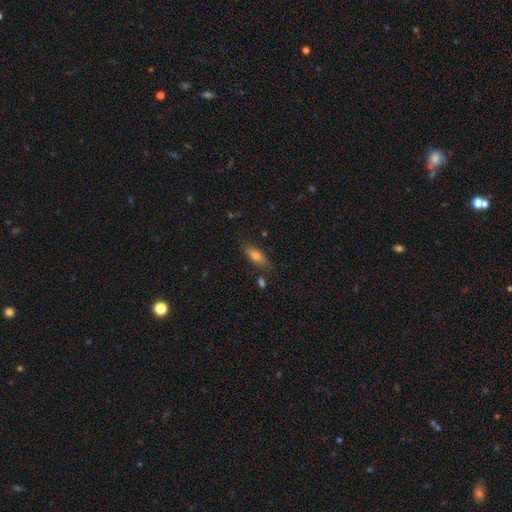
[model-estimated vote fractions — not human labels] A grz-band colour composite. It shows a smooth galaxy with no disk features (66%) that is in between round and cigar-shaped (63%). Merging: none (77%).